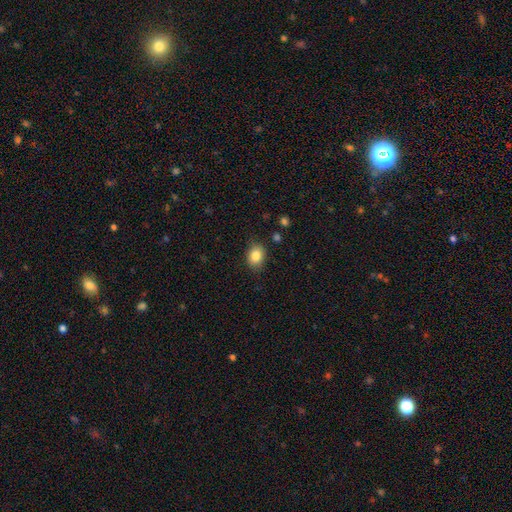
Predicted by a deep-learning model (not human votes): Q: Smooth or featured?
A: smooth (84%); runner-up: star or artifact (9%)
Q: How rounded?
A: in between (61%); runner-up: round (38%)
Q: Merging?
A: none (82%); runner-up: minor disturbance (13%)